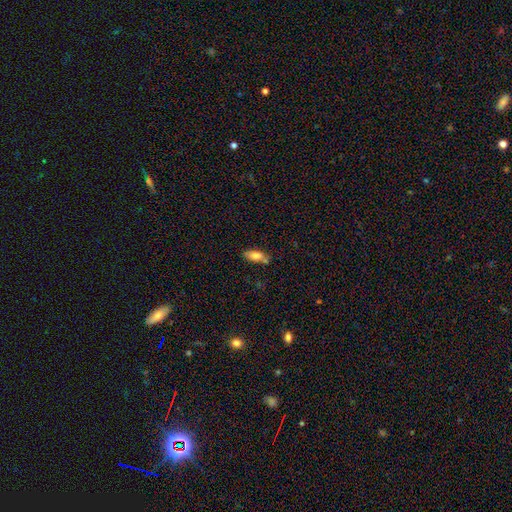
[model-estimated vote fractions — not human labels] A smooth galaxy with no disk features (79%) that is in between round and cigar-shaped (79%). Merging: none (63%).